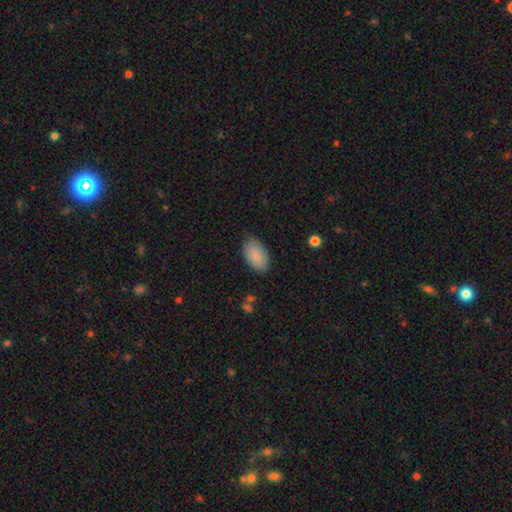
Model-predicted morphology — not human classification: Smooth or featured? smooth (87%)
How rounded? in between (93%)
Merging? none (79%)